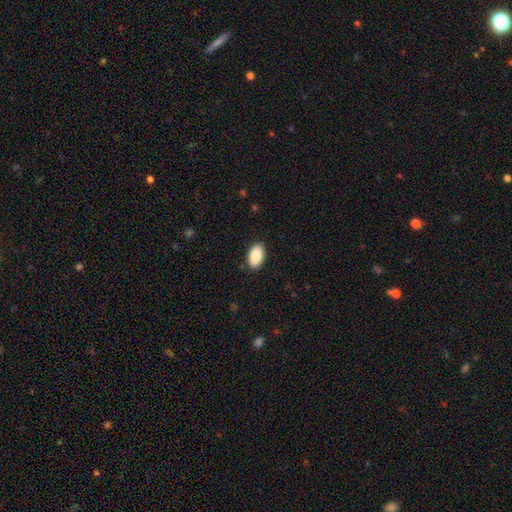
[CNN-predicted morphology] Smooth or featured: smooth — 86% (featured or disk — 7%)
How rounded: in between — 94% (round — 4%)
Merging: none — 89% (minor disturbance — 8%)